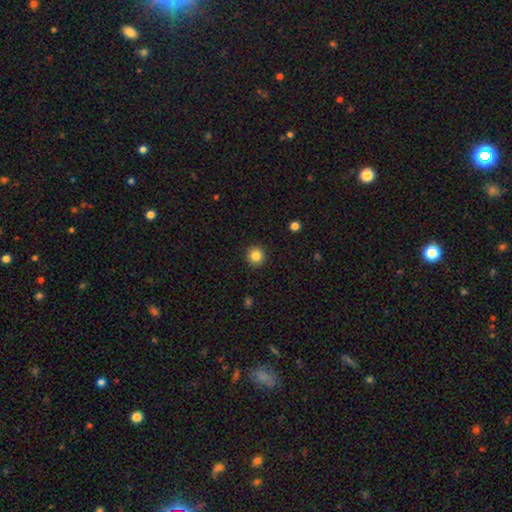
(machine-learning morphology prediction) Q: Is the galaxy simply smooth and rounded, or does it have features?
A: smooth — 84%.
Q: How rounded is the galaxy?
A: round — 95%.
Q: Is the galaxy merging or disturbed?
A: none — 93%.